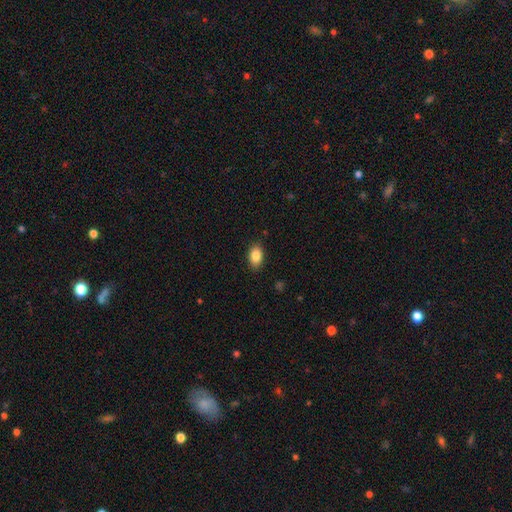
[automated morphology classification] This appears to be a smooth galaxy with no disk features (86%) that is in between round and cigar-shaped (88%). Merging: none (88%).